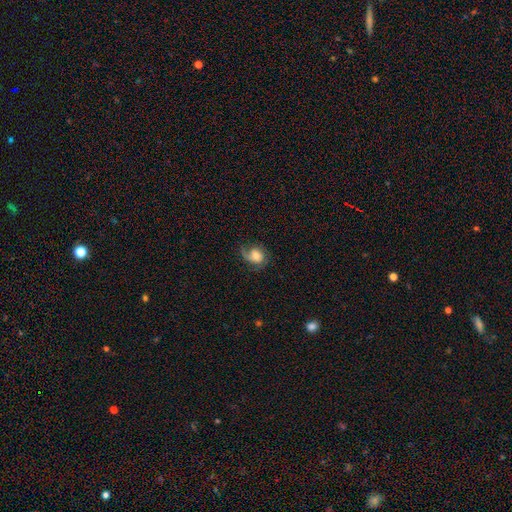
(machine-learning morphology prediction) Smooth or featured? Predicted: featured or disk (p=0.57). Edge-on disk? Predicted: no (p=0.97). Bar? Predicted: no (p=0.72). Spiral arms? Predicted: yes (p=0.90). Bulge size? Predicted: moderate (p=0.45). Merging? Predicted: none (p=0.58).